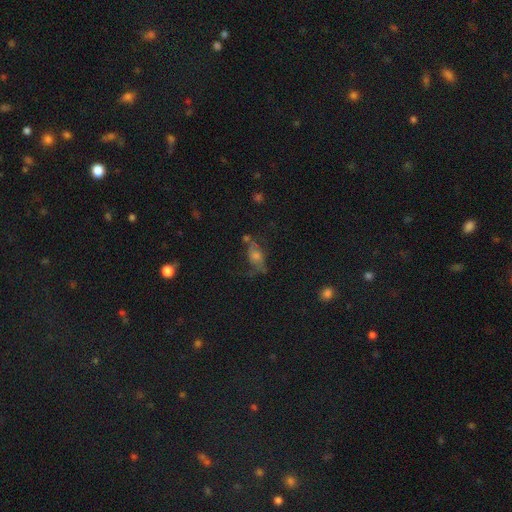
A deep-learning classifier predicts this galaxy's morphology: smooth_or_featured: smooth (p=0.40) [alt: featured or disk p=0.37]
merging: none (p=0.53) [alt: minor disturbance p=0.23]